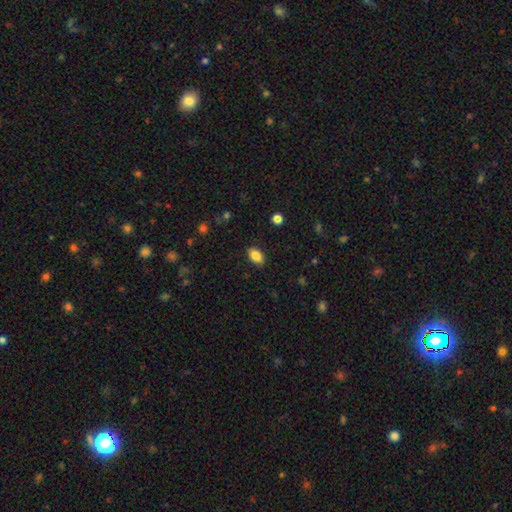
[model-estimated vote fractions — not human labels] A smooth galaxy with no disk features (85%) that is in between round and cigar-shaped (89%). Merging: none (88%).